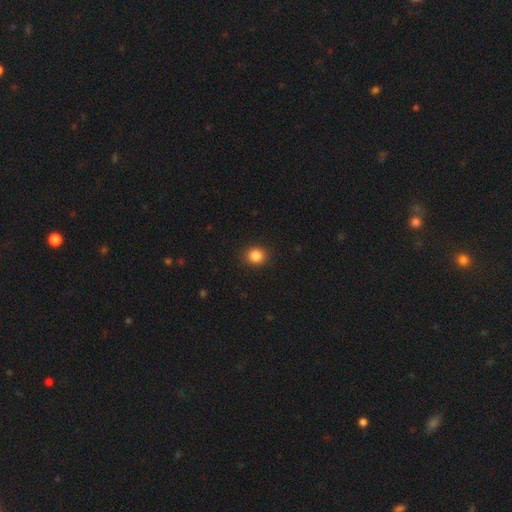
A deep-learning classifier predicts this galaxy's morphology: Smooth or featured? Predicted: smooth (p=0.85). How rounded? Predicted: round (p=0.80). Merging? Predicted: none (p=0.91).